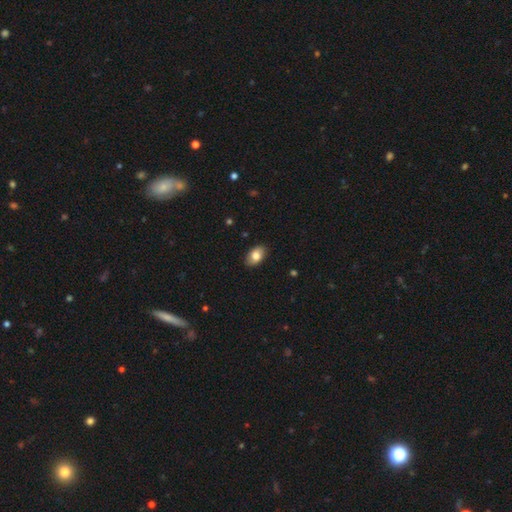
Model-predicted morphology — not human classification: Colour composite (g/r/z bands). It shows a smooth galaxy with no disk features (80%) that is in between round and cigar-shaped (91%). Merging: none (88%).